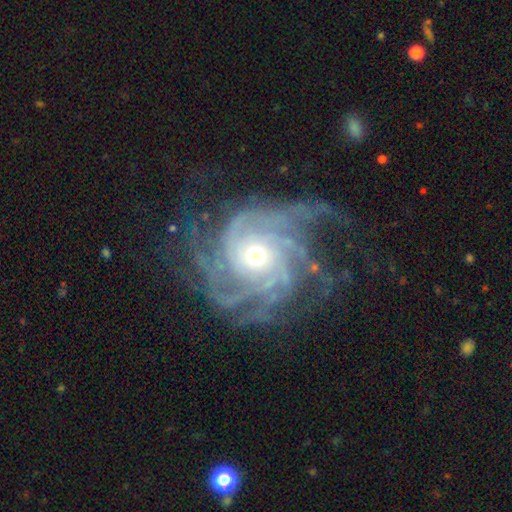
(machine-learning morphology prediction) Smooth or featured?
  - featured or disk: 91% *
  - star or artifact: 6%
  - smooth: 4%
Edge-on disk?
  - no: 97% *
  - yes: 3%
Bar?
  - no: 77% *
  - weak: 17%
  - strong: 6%
Spiral arms?
  - yes: 98% *
  - no: 2%
Spiral winding?
  - tight: 64% *
  - medium: 29%
  - loose: 7%
Spiral arm count?
  - 4: 25% *
  - more than 4: 21%
  - can't tell: 20%
  - 3: 16%
  - 2: 10%
  - 1: 8%
Bulge size?
  - small: 51% *
  - moderate: 44%
  - large: 4%
  - none: 1%
  - dominant: 1%
Merging?
  - none: 67% *
  - minor disturbance: 17%
  - major disturbance: 14%
  - merger: 1%